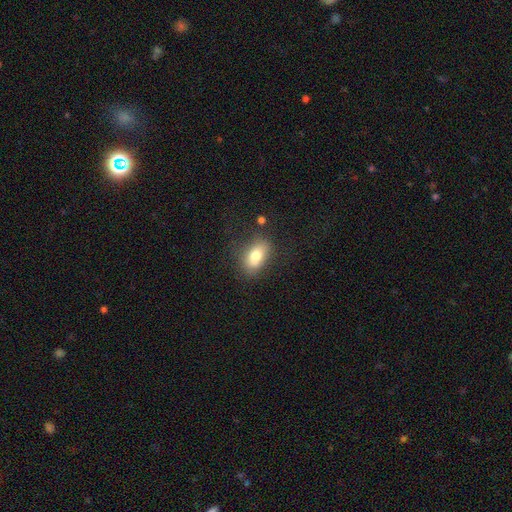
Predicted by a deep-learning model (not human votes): smooth-or-featured: smooth: 77% | featured or disk: 14% | star or artifact: 9%
  how-rounded: in between: 86% | round: 10% | cigar-shaped: 4%
  merging: none: 72% | minor disturbance: 18% | major disturbance: 6% | merger: 3%